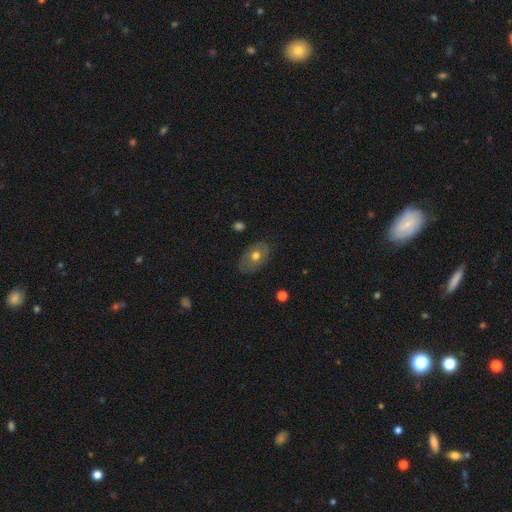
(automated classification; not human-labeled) Smooth or featured? smooth (59%)
How rounded? in between (84%)
Merging? none (78%)